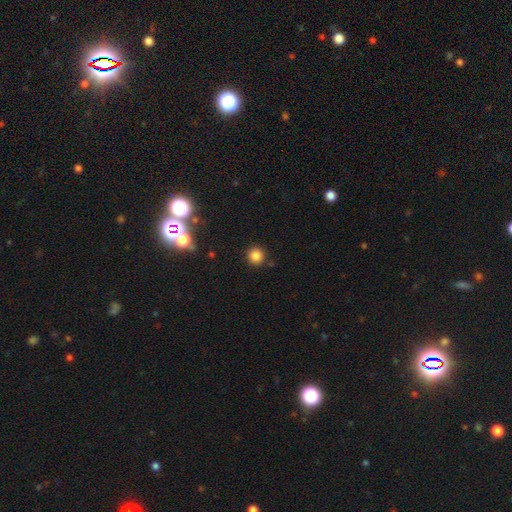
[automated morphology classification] Q: Smooth or featured?
A: smooth (82%); runner-up: star or artifact (14%)
Q: How rounded?
A: round (94%); runner-up: in between (5%)
Q: Merging?
A: none (89%); runner-up: minor disturbance (6%)